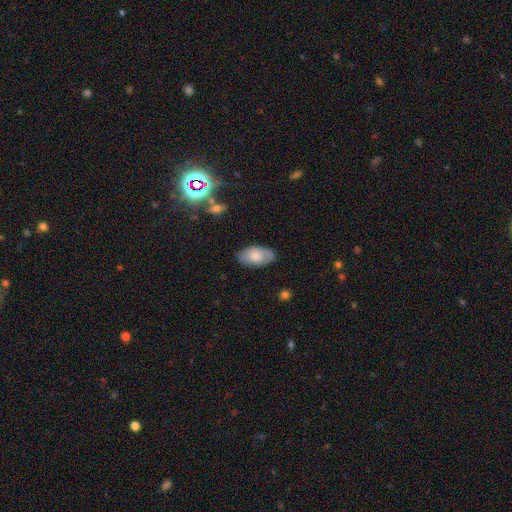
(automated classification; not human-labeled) A smooth galaxy with no disk features (71%) that is in between round and cigar-shaped (94%). Merging: none (80%).